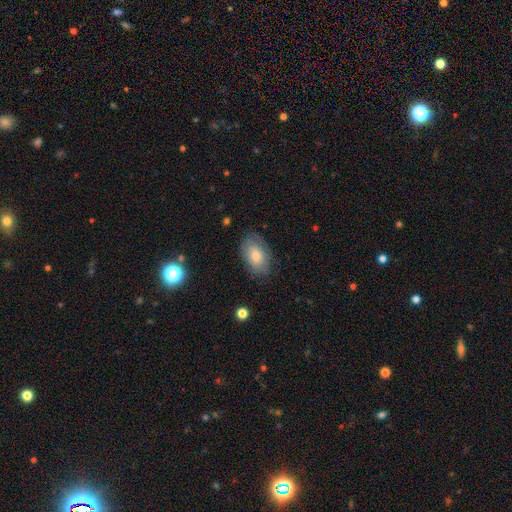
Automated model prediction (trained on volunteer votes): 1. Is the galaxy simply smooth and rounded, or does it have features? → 70% smooth, 22% featured or disk, 7% star or artifact.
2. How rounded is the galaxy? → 91% in between, 8% round, 1% cigar-shaped.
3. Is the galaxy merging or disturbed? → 73% none, 19% minor disturbance, 6% major disturbance, 1% merger.